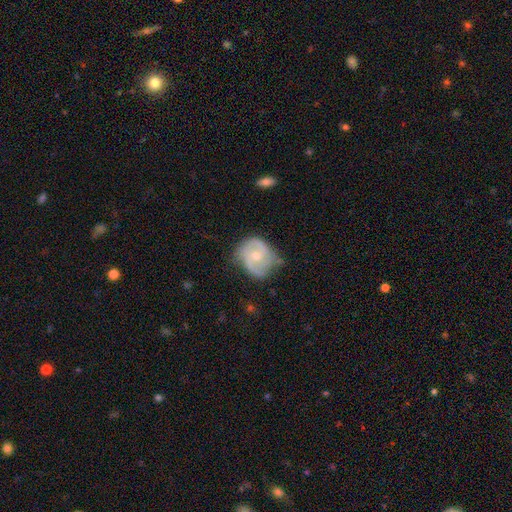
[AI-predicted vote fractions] A featured or disk galaxy (75%) with no bar (58%), 2 (75%) medium (49%) spiral arms (92%) and a moderate central bulge (52%). Merging: none (61%).